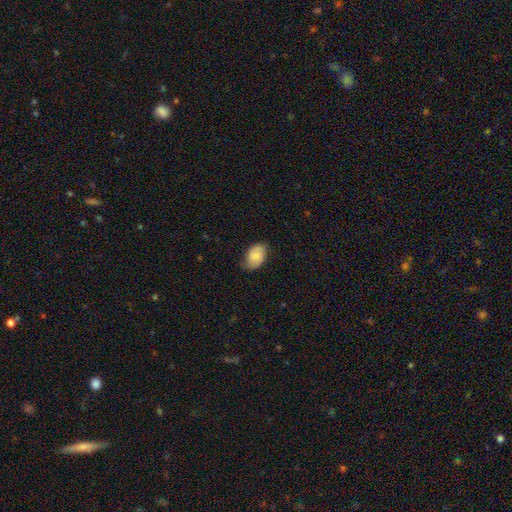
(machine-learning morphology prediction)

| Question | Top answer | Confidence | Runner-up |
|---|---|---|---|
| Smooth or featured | smooth | 76% | featured or disk (17%) |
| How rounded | in between | 89% | round (10%) |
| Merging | none | 69% | minor disturbance (25%) |